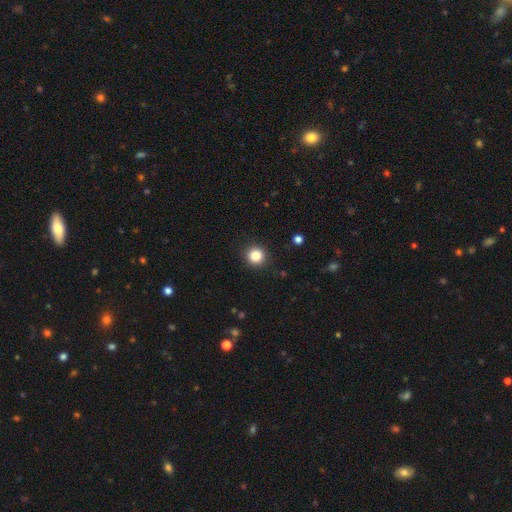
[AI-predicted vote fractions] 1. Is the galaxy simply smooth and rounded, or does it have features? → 84% smooth, 11% star or artifact, 4% featured or disk.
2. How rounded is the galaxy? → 93% round, 6% in between, 1% cigar-shaped.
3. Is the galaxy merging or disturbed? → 91% none, 6% minor disturbance, 2% major disturbance, 1% merger.